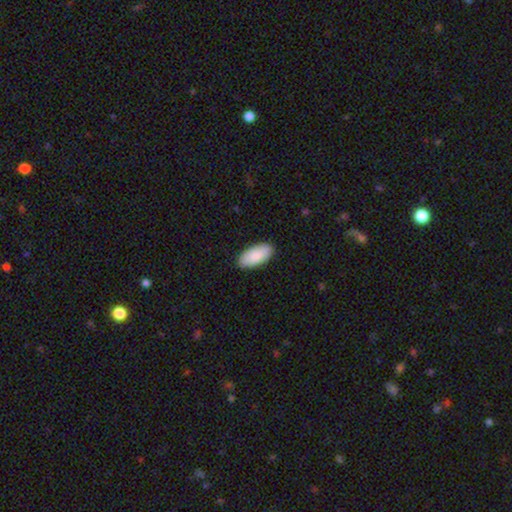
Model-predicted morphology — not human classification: type=smooth (89%); roundness=in between (93%); merging=none (89%).